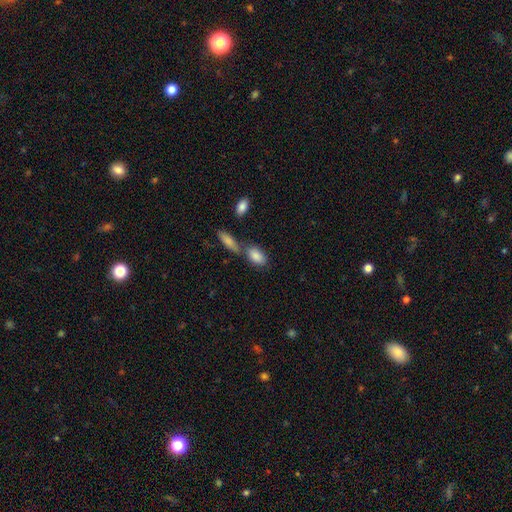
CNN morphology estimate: Overall: smooth (85%). How rounded: in between (90%). Merging: none (52%; merger 31%).